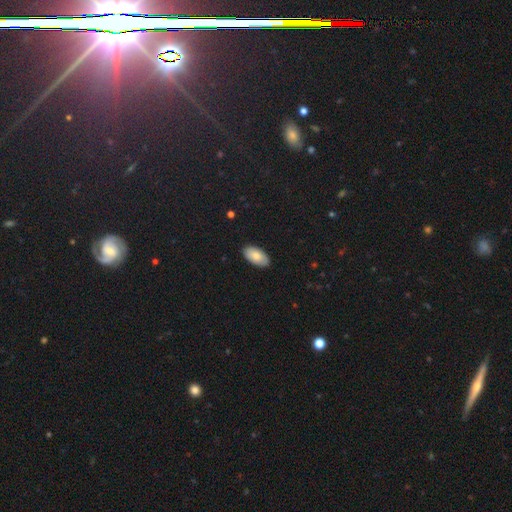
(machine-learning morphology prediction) Overall: smooth (82%). How rounded: in between (95%). Merging: none (88%).